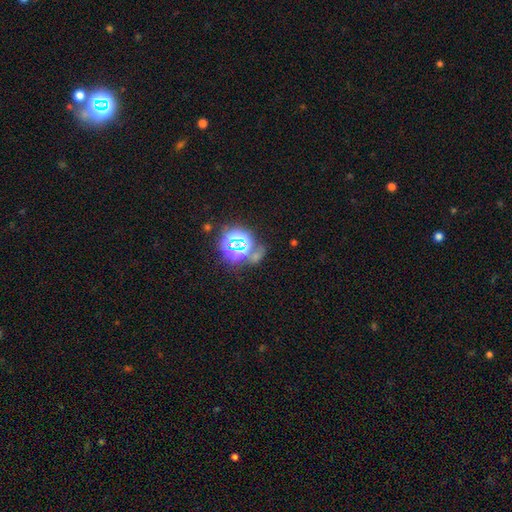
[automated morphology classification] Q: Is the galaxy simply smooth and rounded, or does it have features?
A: star or artifact — 62%.